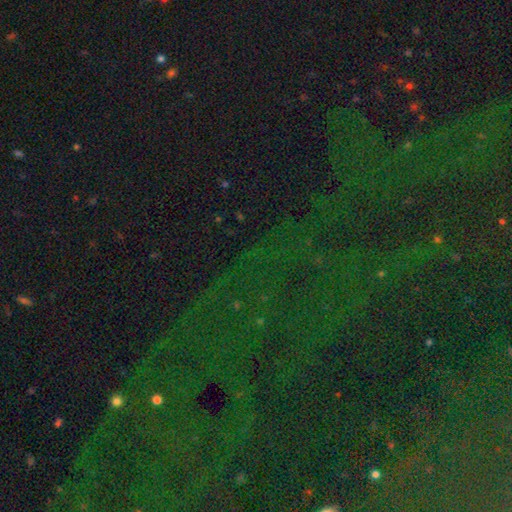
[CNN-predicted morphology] Overall: star or artifact (82%).